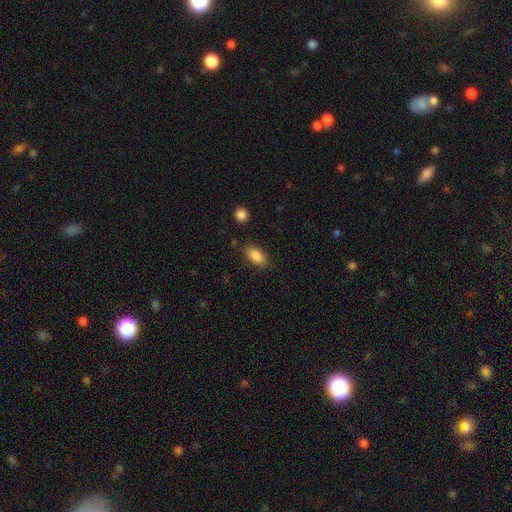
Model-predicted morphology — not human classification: type=smooth (87%); roundness=in between (89%); merging=none (82%).